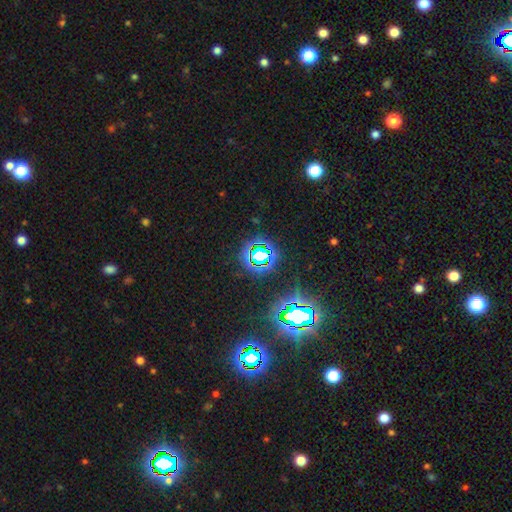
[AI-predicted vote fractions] smooth-or-featured: star or artifact: 74% | smooth: 16% | featured or disk: 10%